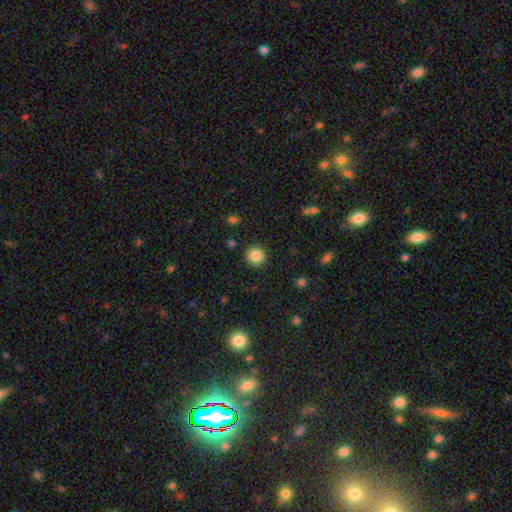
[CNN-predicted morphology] Overall: smooth (86%). How rounded: round (94%). Merging: none (91%).